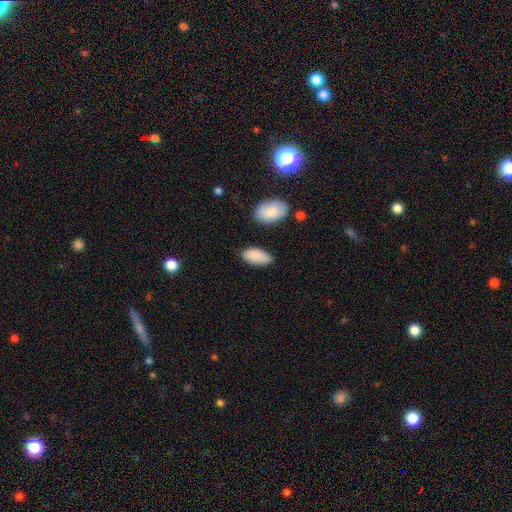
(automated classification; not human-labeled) smooth_or_featured: smooth (p=0.88) [alt: star or artifact p=0.06]
how_rounded: in between (p=0.93) [alt: cigar-shaped p=0.05]
merging: none (p=0.74) [alt: minor disturbance p=0.19]